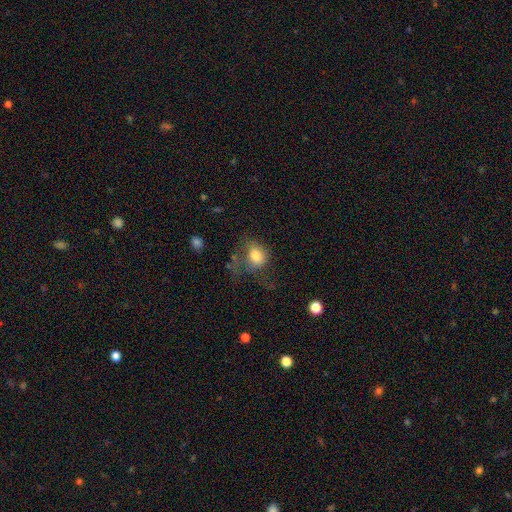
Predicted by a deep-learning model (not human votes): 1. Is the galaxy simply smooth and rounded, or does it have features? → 76% smooth, 14% featured or disk, 10% star or artifact.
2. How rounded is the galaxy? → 55% round, 44% in between, 1% cigar-shaped.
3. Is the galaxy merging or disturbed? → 38% major disturbance, 34% none, 24% minor disturbance, 4% merger.